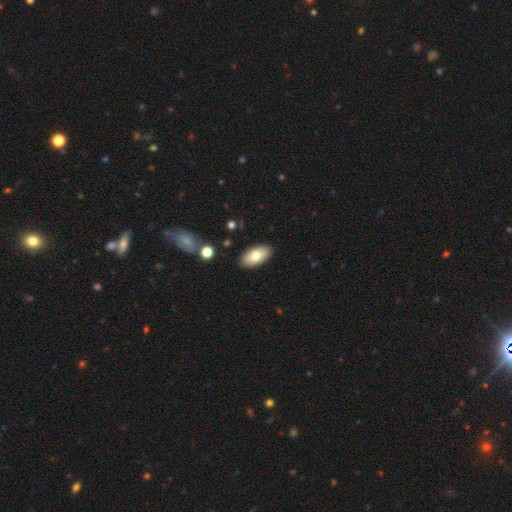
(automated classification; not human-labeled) smooth 75%, featured or disk 19%, star or artifact 7%. Down the decision tree: how rounded — in between (93%); merging — none (88%).